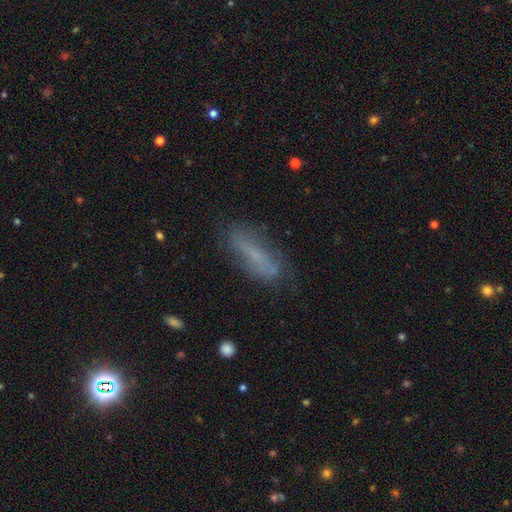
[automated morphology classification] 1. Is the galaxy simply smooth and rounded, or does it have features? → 54% smooth, 33% featured or disk, 13% star or artifact.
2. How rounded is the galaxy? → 63% cigar-shaped, 34% in between, 2% round.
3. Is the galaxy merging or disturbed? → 72% none, 19% minor disturbance, 7% major disturbance, 3% merger.